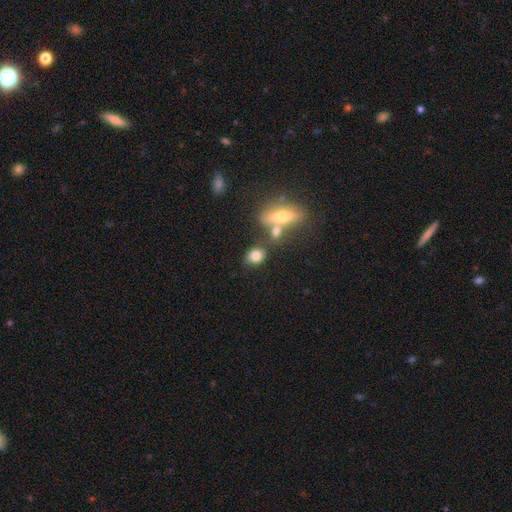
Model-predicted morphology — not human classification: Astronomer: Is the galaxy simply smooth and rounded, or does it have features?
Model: smooth — 78%.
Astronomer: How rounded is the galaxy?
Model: in between — 55% (runner-up: round, 41%).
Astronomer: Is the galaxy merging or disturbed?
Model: none — 63%.